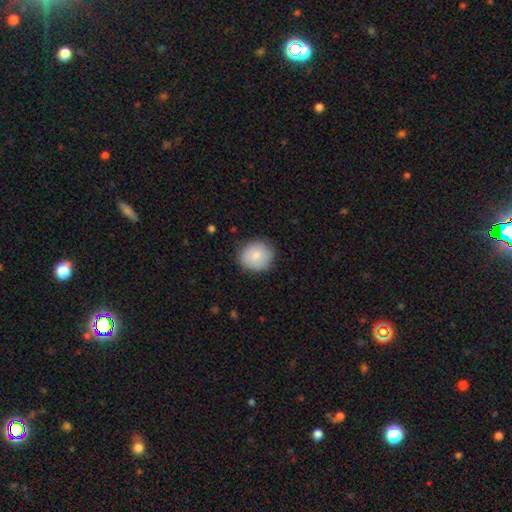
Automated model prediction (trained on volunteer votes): smooth_or_featured: smooth (p=0.81) [alt: featured or disk p=0.12]
how_rounded: round (p=0.81) [alt: in between p=0.18]
merging: none (p=0.83) [alt: minor disturbance p=0.13]